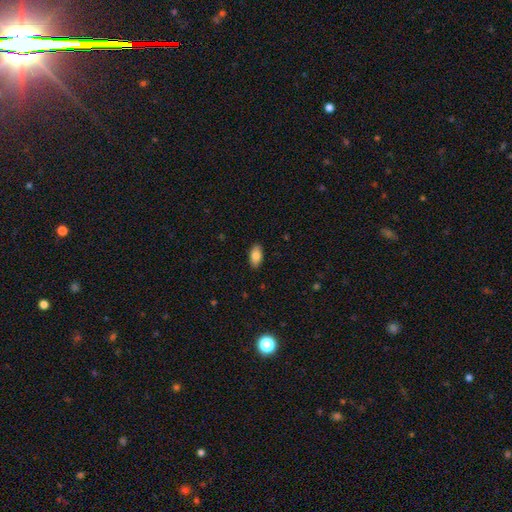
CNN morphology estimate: smooth-or-featured: smooth: 84% | featured or disk: 9% | star or artifact: 7%
  how-rounded: in between: 93% | cigar-shaped: 4% | round: 3%
  merging: none: 88% | minor disturbance: 9% | major disturbance: 2% | merger: 1%